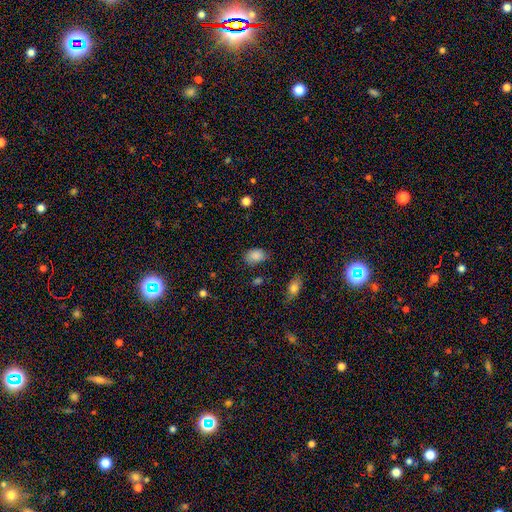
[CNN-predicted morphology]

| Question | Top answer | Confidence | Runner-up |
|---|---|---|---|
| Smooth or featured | smooth | 86% | star or artifact (9%) |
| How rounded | in between | 83% | round (16%) |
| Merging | none | 72% | minor disturbance (21%) |